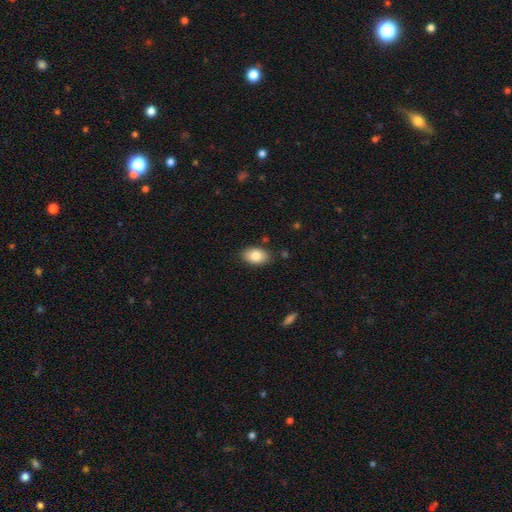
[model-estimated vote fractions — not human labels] Smooth or featured: smooth — 83% (featured or disk — 10%)
How rounded: in between — 89% (round — 9%)
Merging: none — 86% (minor disturbance — 10%)